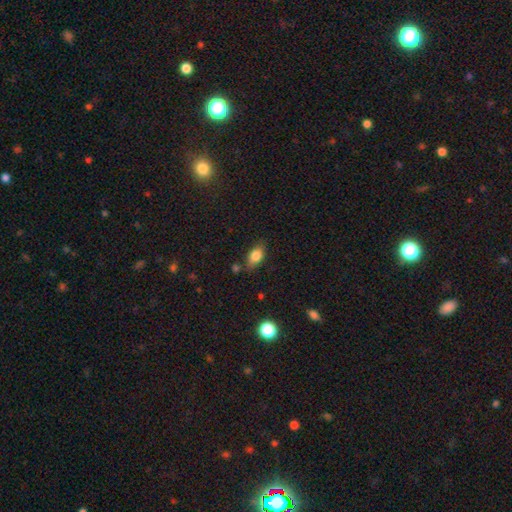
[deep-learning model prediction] Smooth or featured?
  - smooth: 80% *
  - featured or disk: 12%
  - star or artifact: 9%
How rounded?
  - in between: 86% *
  - round: 8%
  - cigar-shaped: 6%
Merging?
  - none: 73% *
  - minor disturbance: 18%
  - merger: 5%
  - major disturbance: 4%